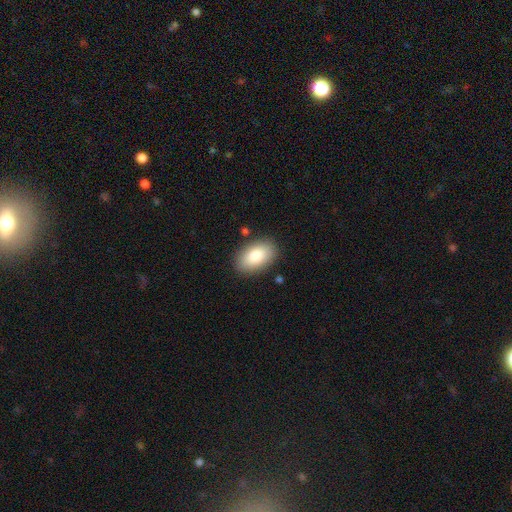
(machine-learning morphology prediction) This is clearly a smooth galaxy (82%). How rounded: clearly in between (92%). Merging: clearly none (86%).